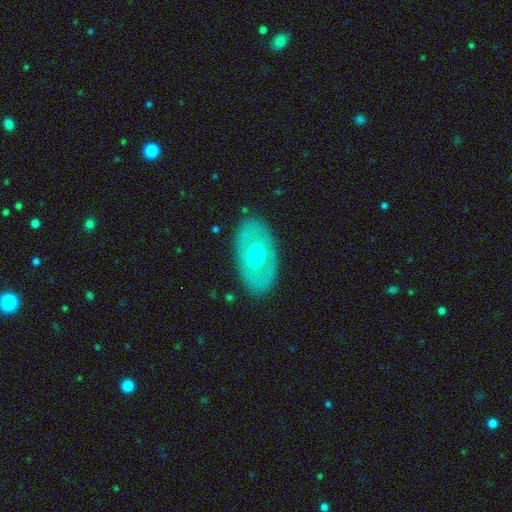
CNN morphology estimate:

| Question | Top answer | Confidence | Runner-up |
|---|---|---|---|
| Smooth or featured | featured or disk | 52% | smooth (43%) |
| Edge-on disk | no | 88% | yes (12%) |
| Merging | none | 84% | minor disturbance (11%) |